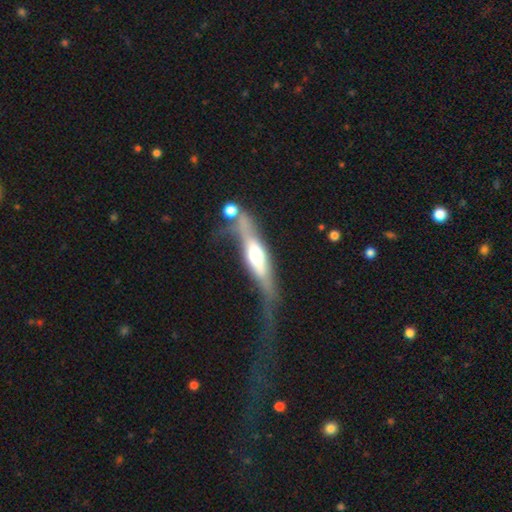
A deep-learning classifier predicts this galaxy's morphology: The model was most divided on "merging": none: 49%, minor disturbance: 21%, major disturbance: 17%, merger: 13%. More confident: edge-on disk — yes (86%); edge-on bulge — rounded (83%); smooth or featured — featured or disk (70%).